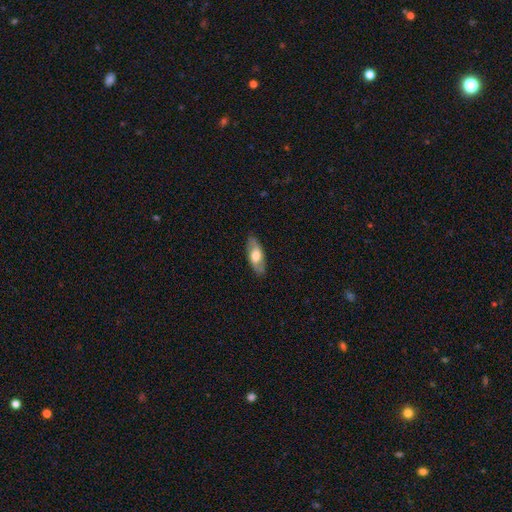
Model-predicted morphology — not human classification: A smooth galaxy with no disk features (52%) that is in between round and cigar-shaped (78%).

Vote fractions:
- Smooth or featured? smooth: 52% / featured or disk: 43% / star or artifact: 6%
- How rounded? in between: 78% / cigar-shaped: 19% / round: 3%
- Merging? none: 84% / minor disturbance: 12% / major disturbance: 3% / merger: 1%